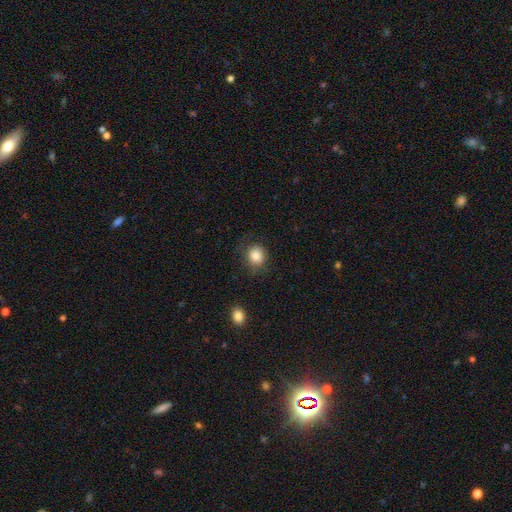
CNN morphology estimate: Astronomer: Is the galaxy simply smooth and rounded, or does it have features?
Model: smooth — 83%.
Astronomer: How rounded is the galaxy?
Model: round — 75%.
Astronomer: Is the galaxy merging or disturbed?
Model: none — 77%.